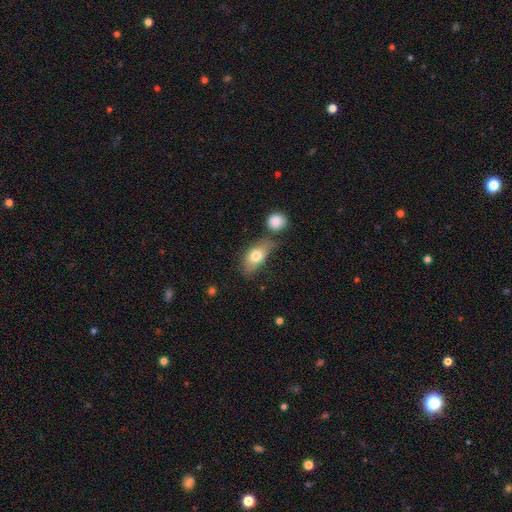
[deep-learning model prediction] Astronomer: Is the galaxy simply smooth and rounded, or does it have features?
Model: smooth — 74%.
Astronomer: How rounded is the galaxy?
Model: in between — 86%.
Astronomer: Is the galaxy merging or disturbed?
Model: none — 53%.